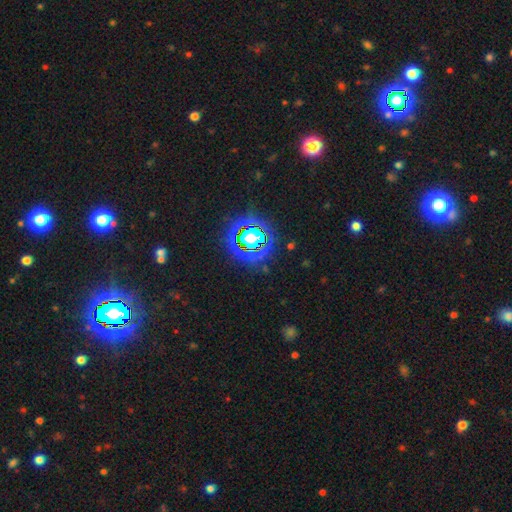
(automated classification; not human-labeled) star or artifact 81%, smooth 12%, featured or disk 7%.